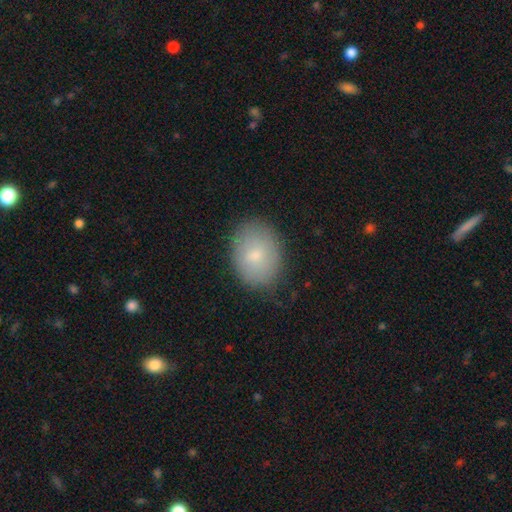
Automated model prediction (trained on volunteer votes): Smooth or featured? smooth (78%)
How rounded? in between (69%)
Merging? none (83%)